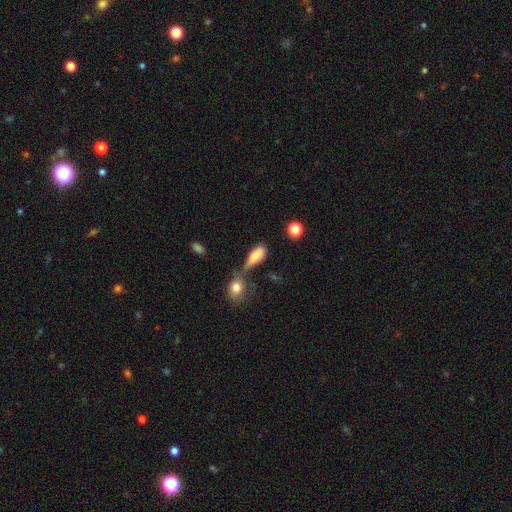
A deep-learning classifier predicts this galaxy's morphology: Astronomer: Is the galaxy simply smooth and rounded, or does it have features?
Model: smooth — 76%.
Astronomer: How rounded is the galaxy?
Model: in between — 81%.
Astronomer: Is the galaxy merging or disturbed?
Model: merger — 37% (runner-up: none, 30%).